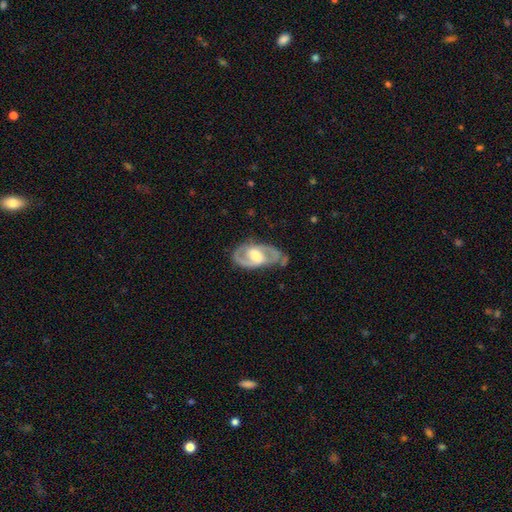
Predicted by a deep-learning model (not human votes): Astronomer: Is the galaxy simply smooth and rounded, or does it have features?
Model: featured or disk — 81%.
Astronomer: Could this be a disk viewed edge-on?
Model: no — 94%.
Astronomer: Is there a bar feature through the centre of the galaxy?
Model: weak — 47% (runner-up: no, 29%).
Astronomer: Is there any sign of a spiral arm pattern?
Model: yes — 85%.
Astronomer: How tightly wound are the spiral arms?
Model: medium — 51% (runner-up: tight, 33%).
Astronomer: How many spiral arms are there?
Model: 2 — 86%.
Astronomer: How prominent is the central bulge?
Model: moderate — 59%.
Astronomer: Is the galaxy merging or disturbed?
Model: none — 68%.